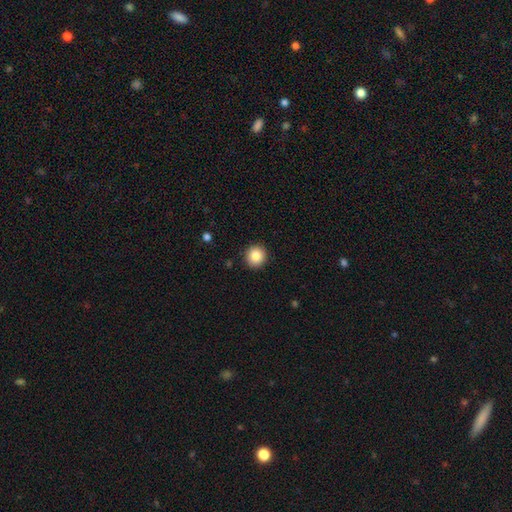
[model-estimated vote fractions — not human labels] smooth-or-featured: smooth: 85% | star or artifact: 9% | featured or disk: 6%
  how-rounded: round: 93% | in between: 6% | cigar-shaped: 1%
  merging: none: 92% | minor disturbance: 5% | major disturbance: 2% | merger: 1%